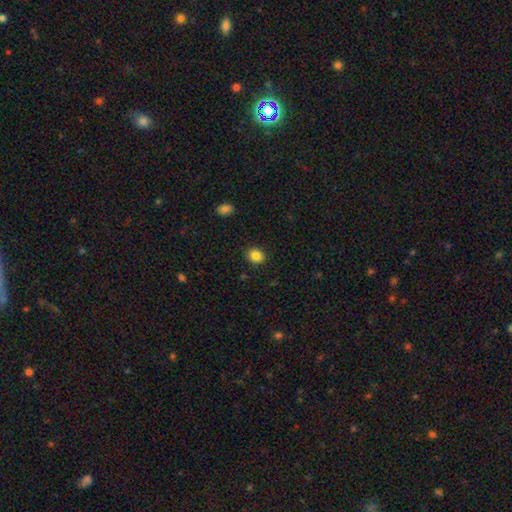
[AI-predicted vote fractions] Smooth or featured? Predicted: smooth (p=0.86). How rounded? Predicted: round (p=0.63). Merging? Predicted: none (p=0.89).